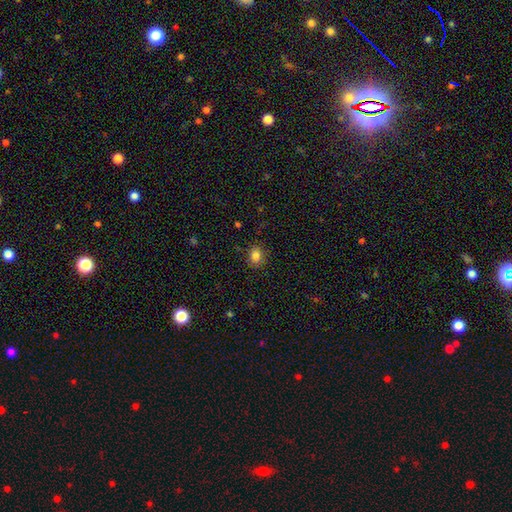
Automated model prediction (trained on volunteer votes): Smooth or featured? smooth (84%)
How rounded? round (55%)
Merging? none (85%)